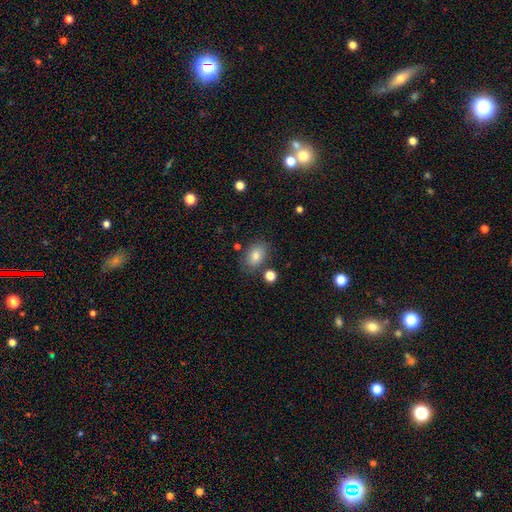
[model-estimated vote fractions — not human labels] The model was most divided on "how rounded": in between: 82%, round: 17%, cigar-shaped: 1%. More confident: smooth or featured — smooth (80%); merging — none (79%).